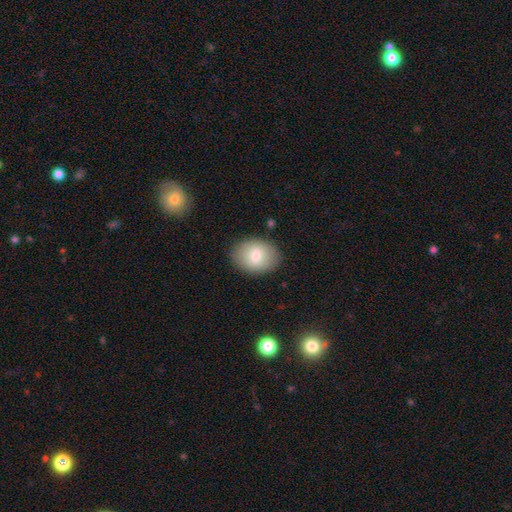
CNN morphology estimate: This is likely a smooth galaxy (79%). How rounded: likely in between (71%). Merging: clearly none (86%).